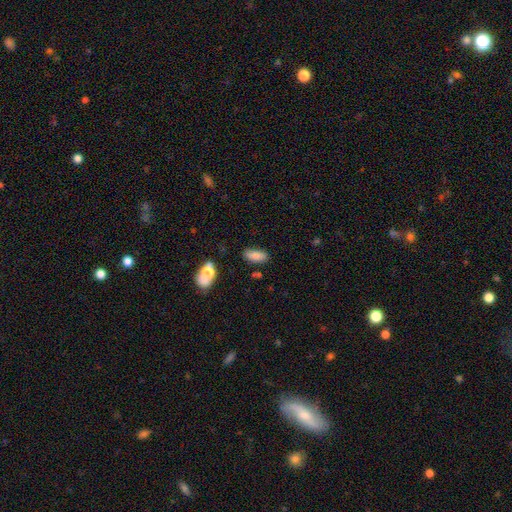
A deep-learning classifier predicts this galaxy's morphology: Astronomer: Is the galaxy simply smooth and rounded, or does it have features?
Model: smooth — 84%.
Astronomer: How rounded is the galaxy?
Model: in between — 87%.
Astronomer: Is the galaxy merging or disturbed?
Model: none — 79%.